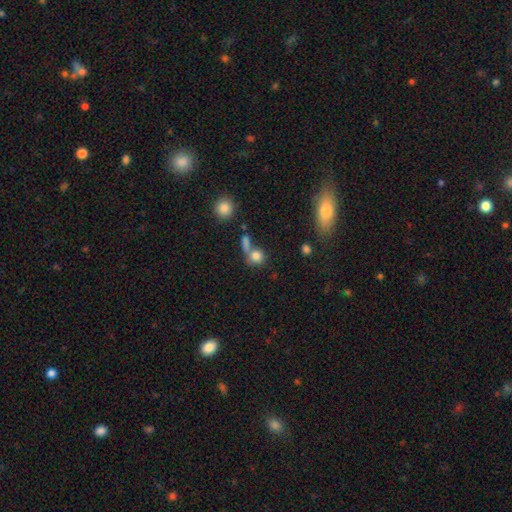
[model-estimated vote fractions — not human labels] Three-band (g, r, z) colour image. It shows a smooth galaxy with no disk features (80%) that is round (79%). Merging: none (48%).